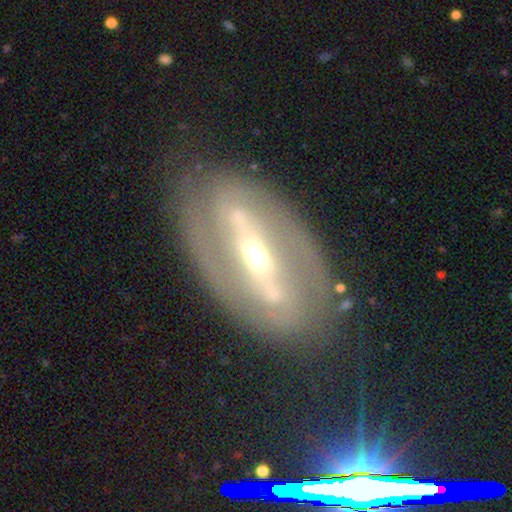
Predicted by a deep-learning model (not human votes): This is clearly a featured or disk galaxy (82%). It is clearly not viewed edge-on (85%). Bar: likely strong (73%). Spiral arm pattern: likely yes (63%). Central bulge: possibly moderate (48%). Merging: likely none (75%).